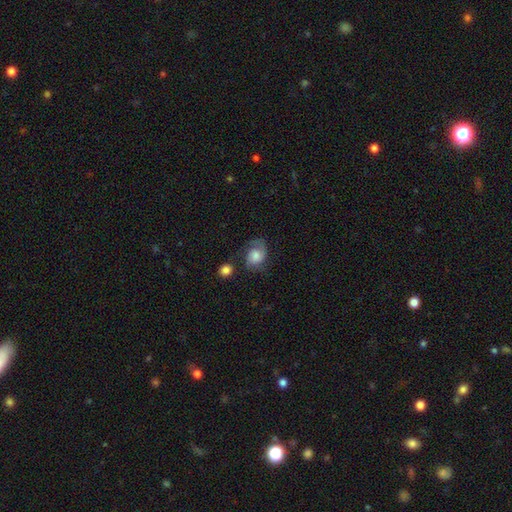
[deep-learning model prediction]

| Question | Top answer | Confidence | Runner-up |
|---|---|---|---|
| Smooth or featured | featured or disk | 59% | smooth (32%) |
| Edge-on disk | no | 97% | yes (3%) |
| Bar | no | 68% | weak (28%) |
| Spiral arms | yes | 91% | no (9%) |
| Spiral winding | medium | 45% | tight (30%) |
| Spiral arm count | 2 | 63% | 1 (26%) |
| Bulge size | moderate | 43% | large (26%) |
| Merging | none | 55% | minor disturbance (23%) |